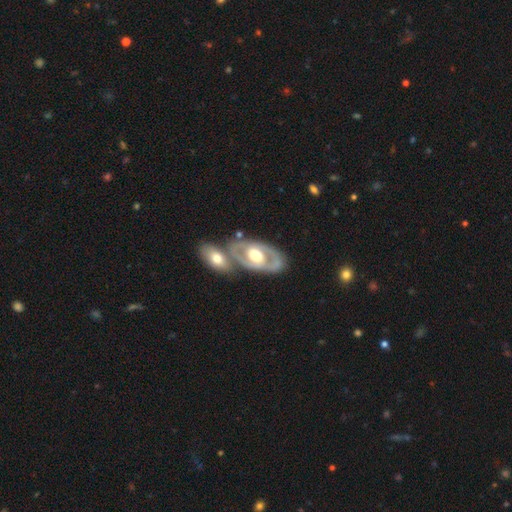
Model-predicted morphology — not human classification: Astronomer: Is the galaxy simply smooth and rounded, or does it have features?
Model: featured or disk — 70%.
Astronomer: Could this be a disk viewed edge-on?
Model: no — 91%.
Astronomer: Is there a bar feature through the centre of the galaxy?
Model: no — 67%.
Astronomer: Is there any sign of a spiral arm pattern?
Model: no — 55% (runner-up: yes, 45%).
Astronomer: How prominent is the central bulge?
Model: moderate — 65%.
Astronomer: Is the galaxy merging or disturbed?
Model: none — 56%.